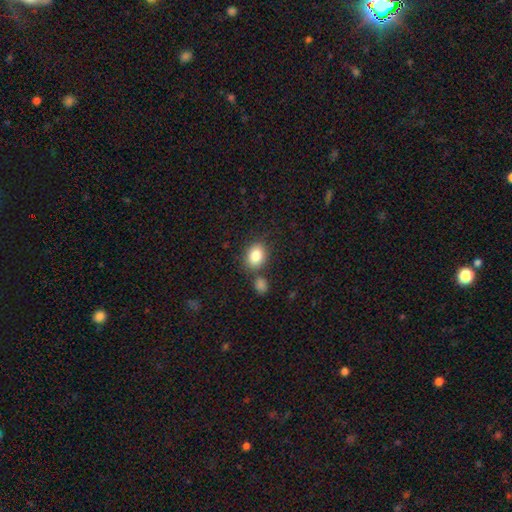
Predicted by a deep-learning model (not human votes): Q: Smooth or featured?
A: smooth (85%); runner-up: star or artifact (8%)
Q: How rounded?
A: in between (61%); runner-up: round (38%)
Q: Merging?
A: none (71%); runner-up: merger (14%)